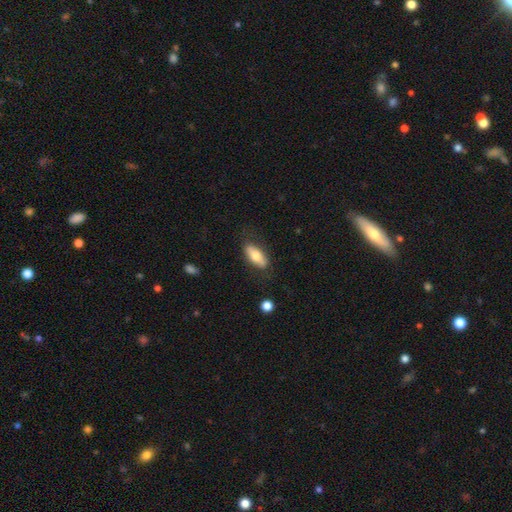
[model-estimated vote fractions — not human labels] Morphology: type=smooth (69%); roundness=in between (78%); merging=none (77%).